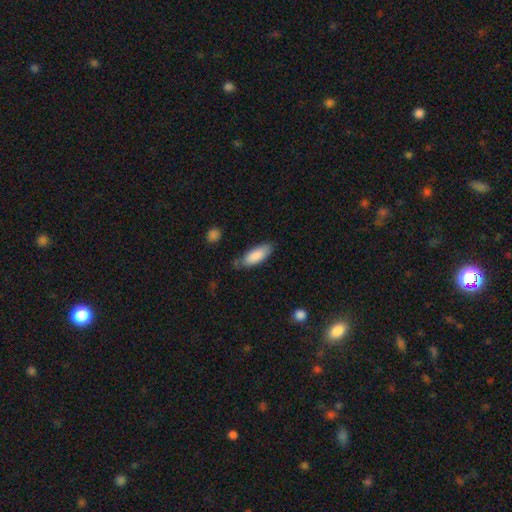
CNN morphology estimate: The model was most divided on "merging": none: 69%, minor disturbance: 23%, major disturbance: 5%, merger: 3%. More confident: smooth or featured — smooth (86%); how rounded — in between (76%).